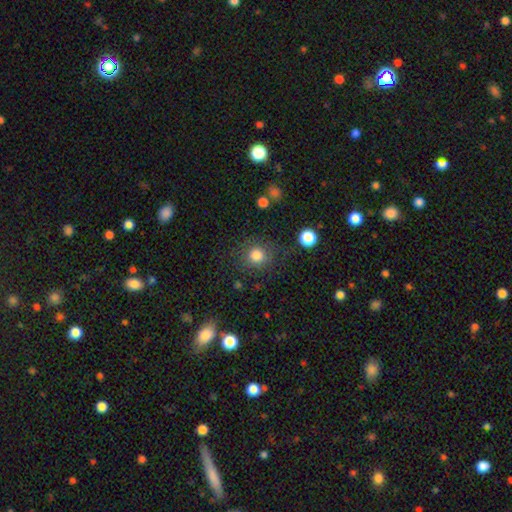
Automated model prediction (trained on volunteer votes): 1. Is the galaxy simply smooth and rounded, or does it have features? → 81% smooth, 12% star or artifact, 7% featured or disk.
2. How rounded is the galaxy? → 88% round, 11% in between, 1% cigar-shaped.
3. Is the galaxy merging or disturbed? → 78% none, 13% minor disturbance, 7% major disturbance, 3% merger.